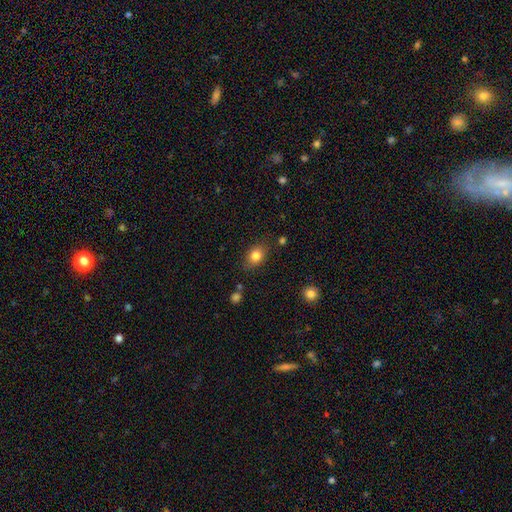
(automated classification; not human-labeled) Smooth or featured? Predicted: smooth (p=0.83). How rounded? Predicted: in between (p=0.66). Merging? Predicted: none (p=0.79).